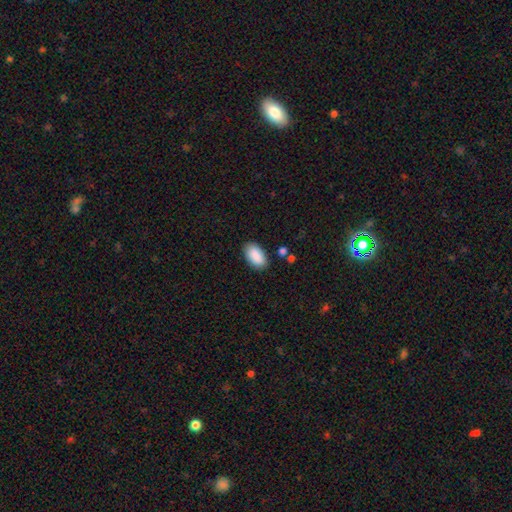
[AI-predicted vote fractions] Smooth or featured?
  - smooth: 90% *
  - star or artifact: 6%
  - featured or disk: 4%
How rounded?
  - in between: 95% *
  - round: 3%
  - cigar-shaped: 2%
Merging?
  - none: 86% *
  - minor disturbance: 10%
  - major disturbance: 2%
  - merger: 2%